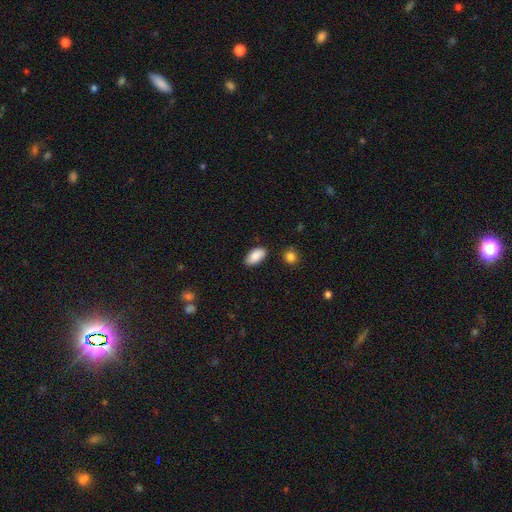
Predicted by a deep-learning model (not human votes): This is clearly a smooth galaxy (88%). How rounded: clearly in between (92%). Merging: clearly none (83%).